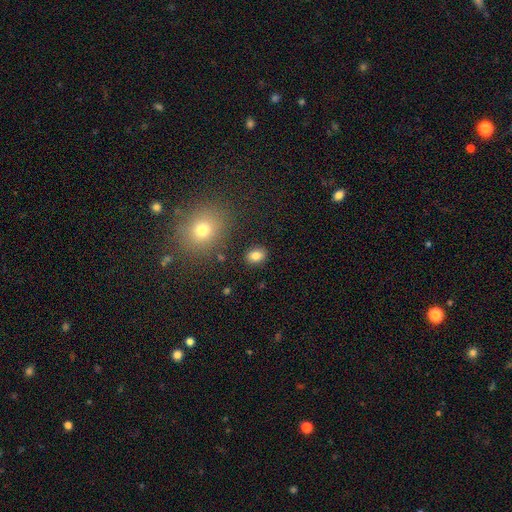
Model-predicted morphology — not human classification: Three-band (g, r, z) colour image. It shows a smooth galaxy with no disk features (82%) that is in between round and cigar-shaped (66%). Merging: none (86%).